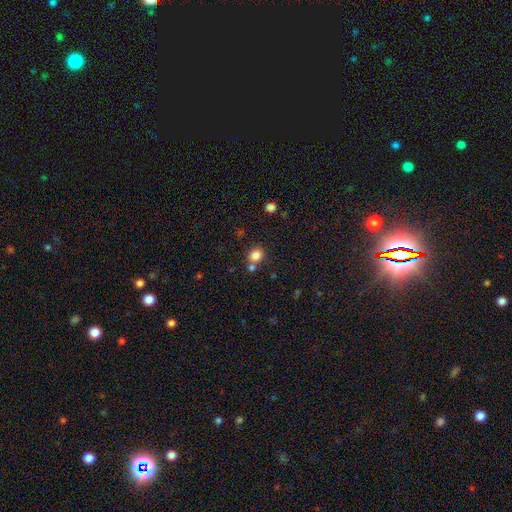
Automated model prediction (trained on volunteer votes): Smooth or featured?
  - smooth: 83% *
  - star or artifact: 11%
  - featured or disk: 5%
How rounded?
  - round: 81% *
  - in between: 18%
  - cigar-shaped: 1%
Merging?
  - none: 66% *
  - merger: 22%
  - minor disturbance: 9%
  - major disturbance: 3%